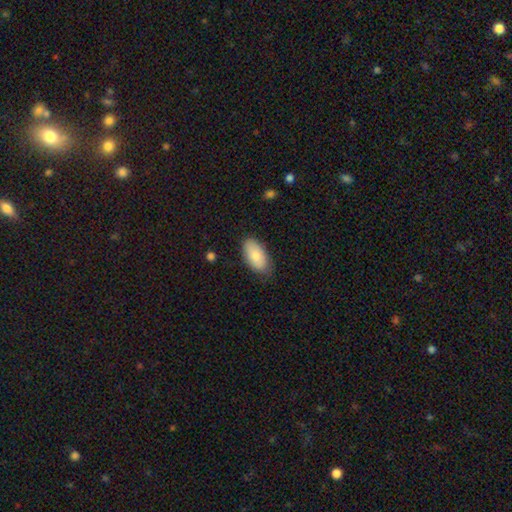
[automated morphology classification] type=smooth (82%); roundness=in between (94%); merging=none (77%).